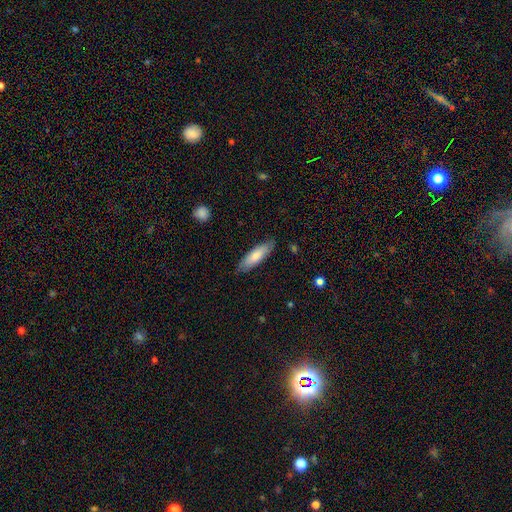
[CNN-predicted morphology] Smooth or featured? Predicted: smooth (p=0.73). How rounded? Predicted: cigar-shaped (p=0.51). Merging? Predicted: none (p=0.83).